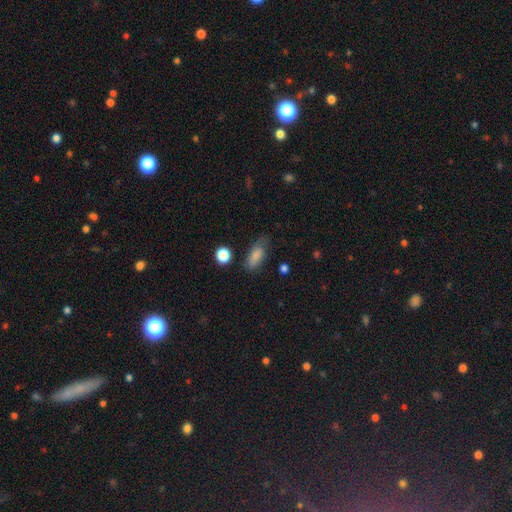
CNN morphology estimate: Smooth or featured? smooth (81%)
How rounded? in between (80%)
Merging? none (61%)